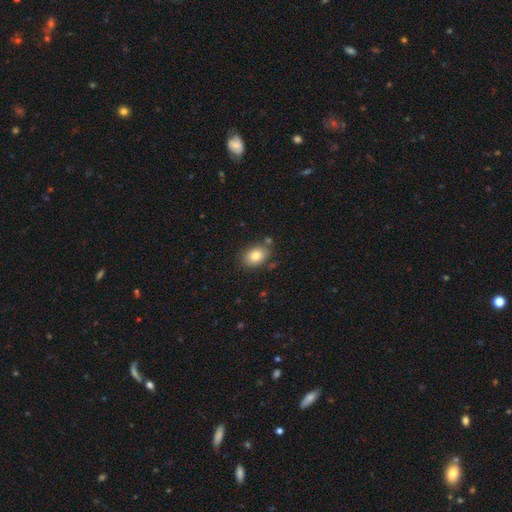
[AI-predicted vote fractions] Q: Smooth or featured?
A: smooth (80%); runner-up: featured or disk (11%)
Q: How rounded?
A: in between (73%); runner-up: round (26%)
Q: Merging?
A: none (79%); runner-up: minor disturbance (13%)